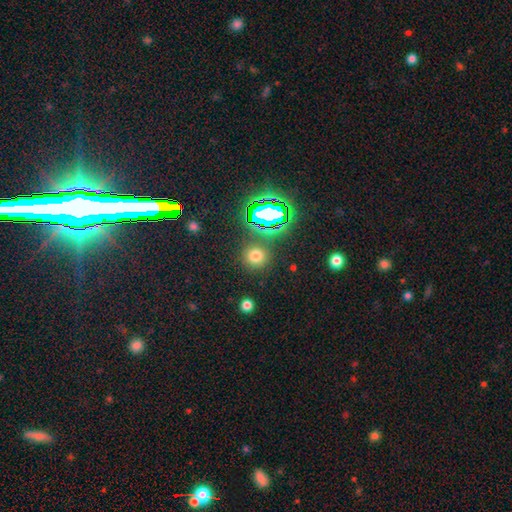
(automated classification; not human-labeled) Overall: smooth (67%). How rounded: round (91%). Merging: none (86%).